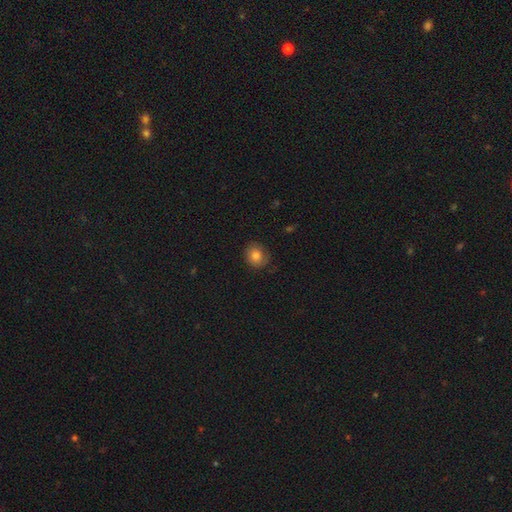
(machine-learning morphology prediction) Smooth or featured? smooth (79%)
How rounded? round (77%)
Merging? none (77%)